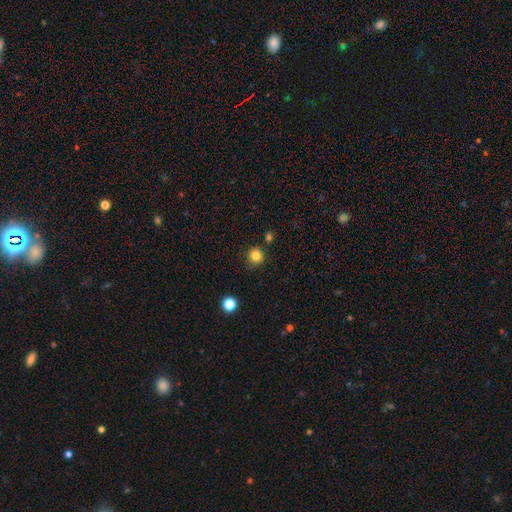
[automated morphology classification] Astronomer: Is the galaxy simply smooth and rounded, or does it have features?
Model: smooth — 83%.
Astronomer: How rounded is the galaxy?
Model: round — 94%.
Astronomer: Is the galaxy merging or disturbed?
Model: none — 84%.